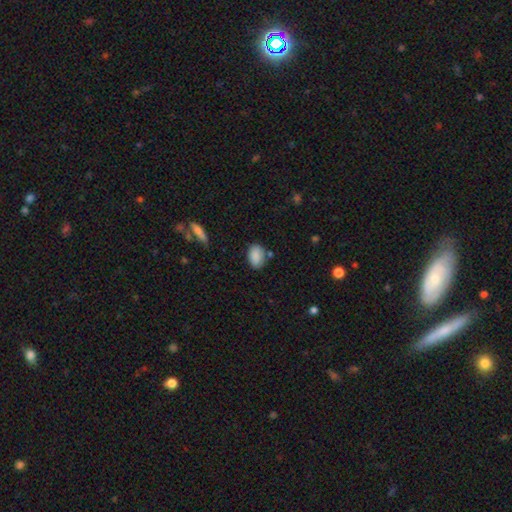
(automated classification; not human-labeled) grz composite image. It shows a smooth galaxy with no disk features (87%) that is in between round and cigar-shaped (87%). Merging: none (73%).